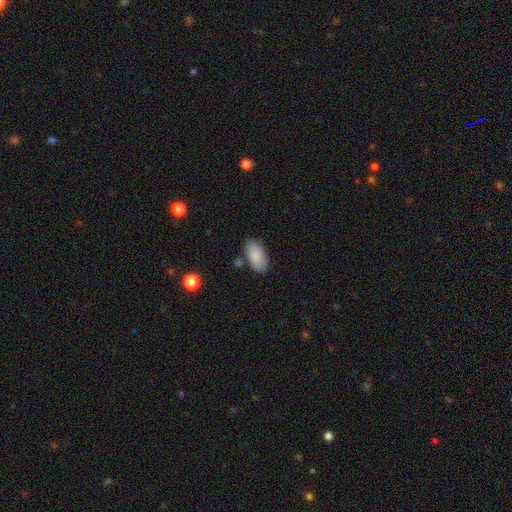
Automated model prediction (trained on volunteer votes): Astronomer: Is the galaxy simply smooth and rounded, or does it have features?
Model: smooth — 85%.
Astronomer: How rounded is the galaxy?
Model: in between — 94%.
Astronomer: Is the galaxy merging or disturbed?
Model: none — 77%.